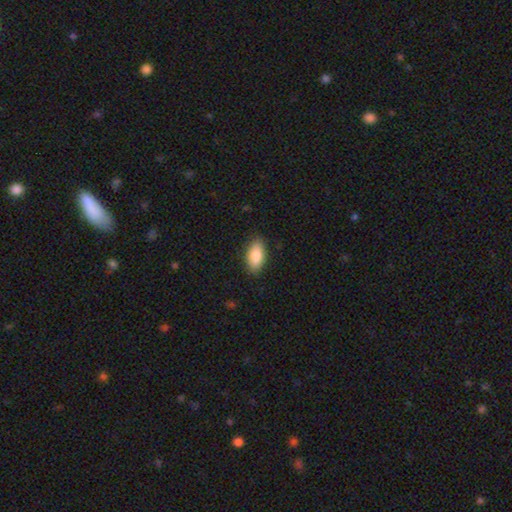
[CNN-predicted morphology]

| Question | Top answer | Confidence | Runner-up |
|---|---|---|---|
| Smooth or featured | smooth | 86% | featured or disk (8%) |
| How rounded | in between | 90% | cigar-shaped (7%) |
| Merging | none | 87% | minor disturbance (10%) |